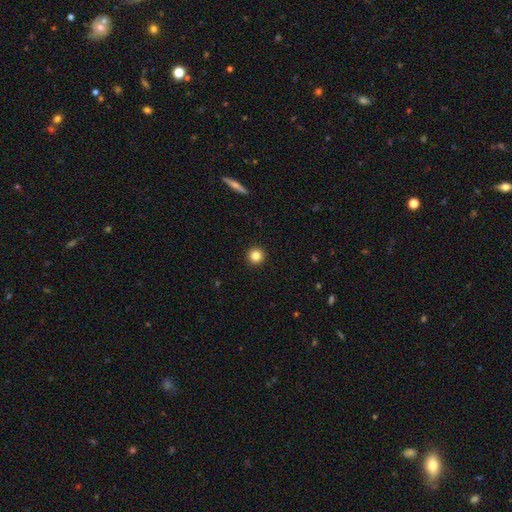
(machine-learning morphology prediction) Overall: smooth (83%). How rounded: round (96%). Merging: none (94%).